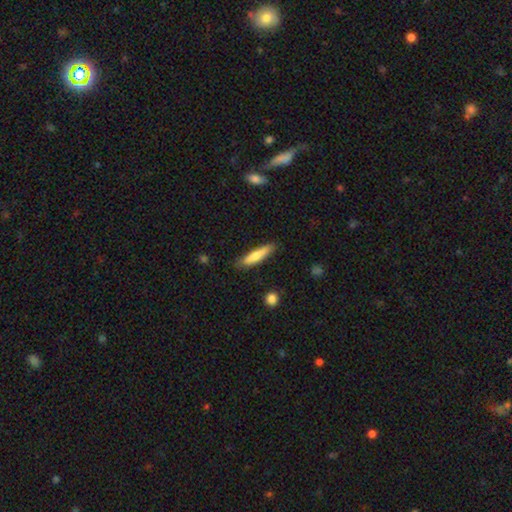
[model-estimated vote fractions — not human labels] Smooth or featured: smooth — 72% (featured or disk — 22%)
How rounded: cigar-shaped — 83% (in between — 15%)
Merging: none — 85% (minor disturbance — 12%)